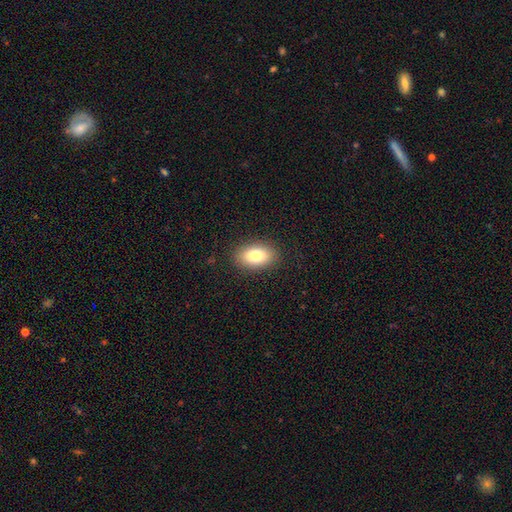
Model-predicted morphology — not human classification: Overall: smooth (82%). How rounded: in between (91%). Merging: none (88%).